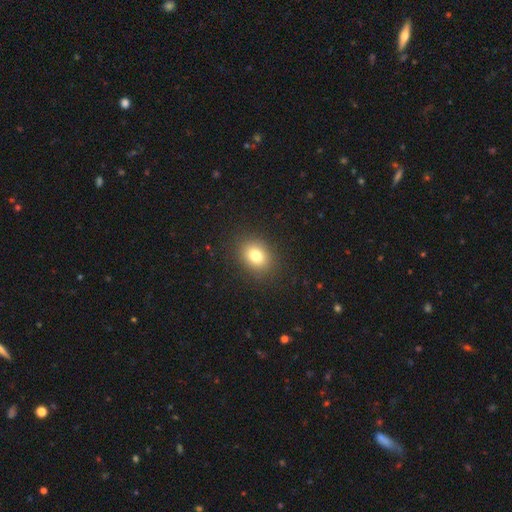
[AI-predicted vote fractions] Q: Smooth or featured?
A: smooth (79%); runner-up: star or artifact (12%)
Q: How rounded?
A: round (52%); runner-up: in between (48%)
Q: Merging?
A: none (88%); runner-up: minor disturbance (8%)